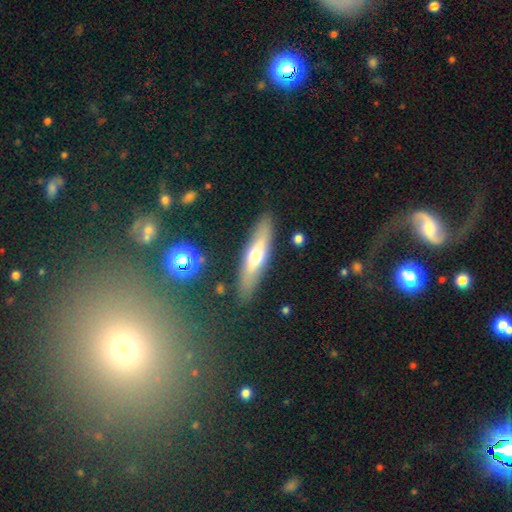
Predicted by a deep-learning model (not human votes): A smooth galaxy with no disk features (49%).

Vote fractions:
- Smooth or featured? smooth: 49% / featured or disk: 44% / star or artifact: 7%
- Merging? none: 84% / minor disturbance: 11% / major disturbance: 3% / merger: 2%